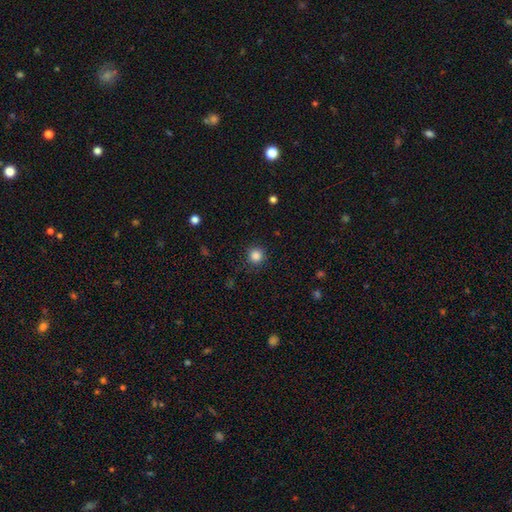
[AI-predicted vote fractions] A smooth galaxy with no disk features (85%) that is round (95%).

Vote fractions:
- Smooth or featured? smooth: 85% / star or artifact: 11% / featured or disk: 4%
- How rounded? round: 95% / in between: 5% / cigar-shaped: 1%
- Merging? none: 90% / minor disturbance: 7% / major disturbance: 3% / merger: 1%